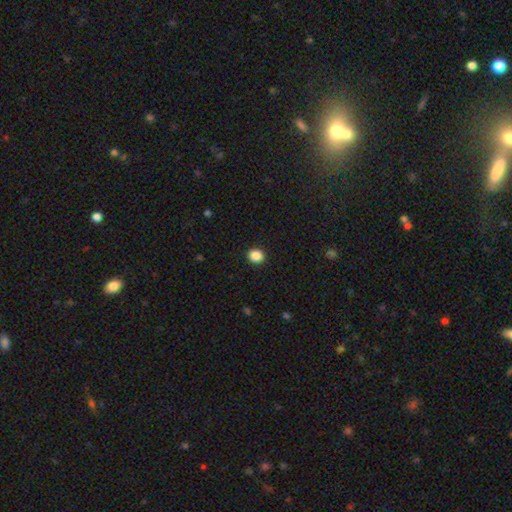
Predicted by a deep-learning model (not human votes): Morphology: type=smooth (87%); roundness=round (76%); merging=none (93%).